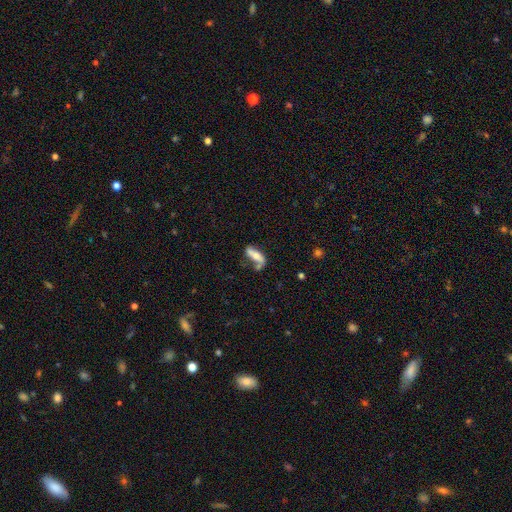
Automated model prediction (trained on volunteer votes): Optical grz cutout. It shows a featured or disk galaxy (50%). Merging: none (50%).